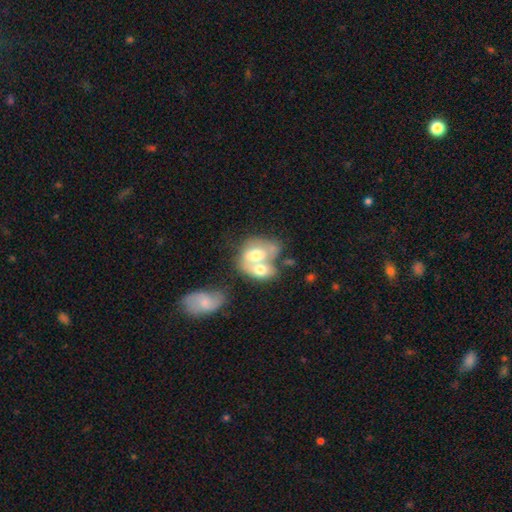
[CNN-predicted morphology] Smooth or featured? smooth (55%)
How rounded? in between (70%)
Merging? merger (75%)